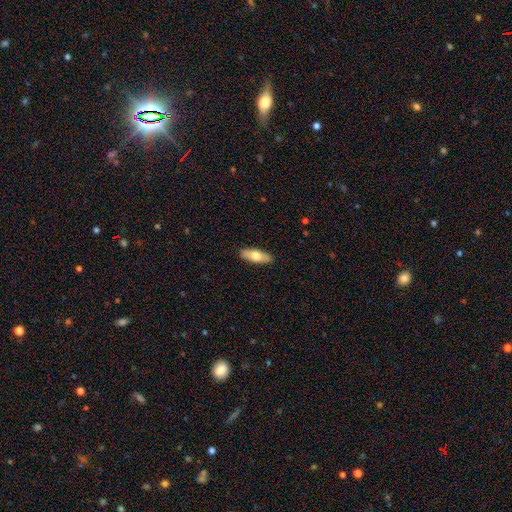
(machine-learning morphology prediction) A smooth galaxy with no disk features (70%) that is in between round and cigar-shaped (68%).

Vote fractions:
- Smooth or featured? smooth: 70% / featured or disk: 24% / star or artifact: 5%
- How rounded? in between: 68% / cigar-shaped: 30% / round: 2%
- Merging? none: 89% / minor disturbance: 8% / major disturbance: 2% / merger: 1%